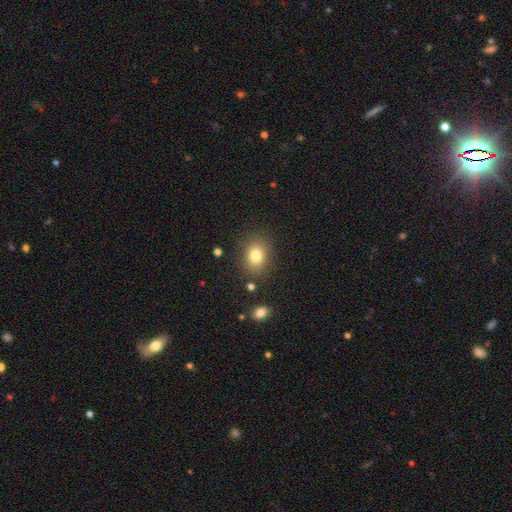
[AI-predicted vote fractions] Morphology: type=smooth (80%); roundness=in between (53%); merging=none (83%).